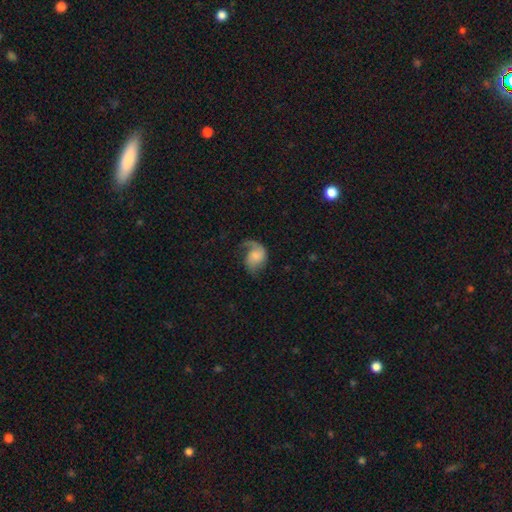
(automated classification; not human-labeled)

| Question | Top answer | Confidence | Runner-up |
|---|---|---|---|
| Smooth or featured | featured or disk | 59% | smooth (32%) |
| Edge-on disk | no | 98% | yes (2%) |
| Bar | no | 69% | weak (26%) |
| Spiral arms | yes | 91% | no (9%) |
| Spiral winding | loose | 53% | medium (34%) |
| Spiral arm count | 1 | 55% | 2 (38%) |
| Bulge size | none | 33% | small (21%) |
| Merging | none | 40% | major disturbance (34%) |